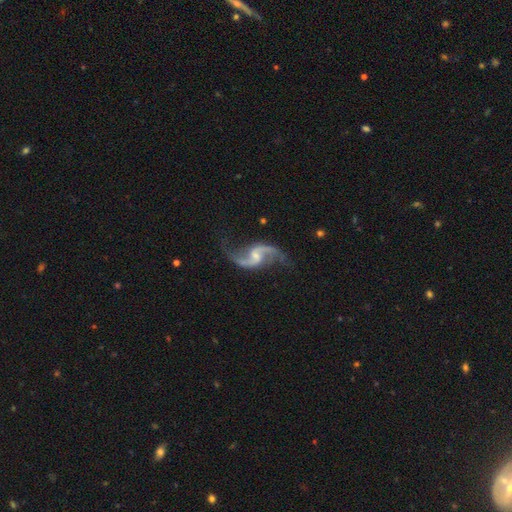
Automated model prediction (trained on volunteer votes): A featured or disk galaxy (93%) with a weak bar (49%), 2 (94%) loose (82%) spiral arms (98%) and a small central bulge (46%). Merging: none (76%).